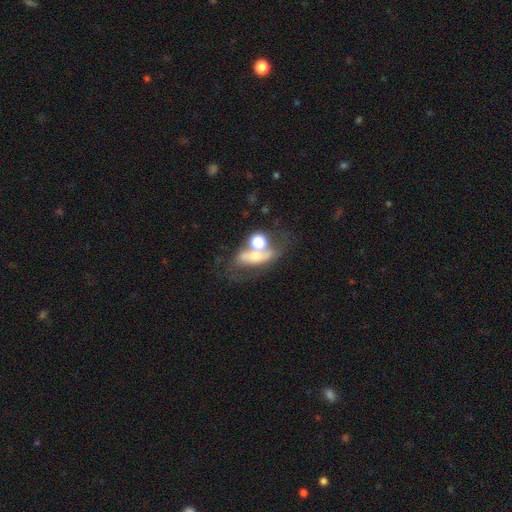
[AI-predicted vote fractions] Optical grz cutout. It shows a featured or disk galaxy (49%). Merging: merger (36%).